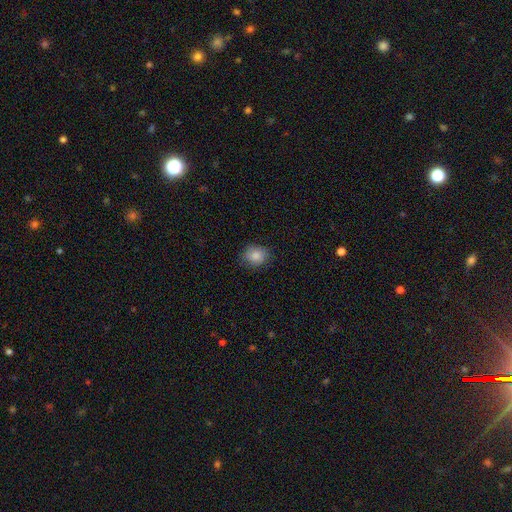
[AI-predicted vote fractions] A smooth galaxy with no disk features (85%) that is round (63%).

Vote fractions:
- Smooth or featured? smooth: 85% / star or artifact: 9% / featured or disk: 6%
- How rounded? round: 63% / in between: 36% / cigar-shaped: 1%
- Merging? none: 82% / minor disturbance: 14% / major disturbance: 3% / merger: 1%